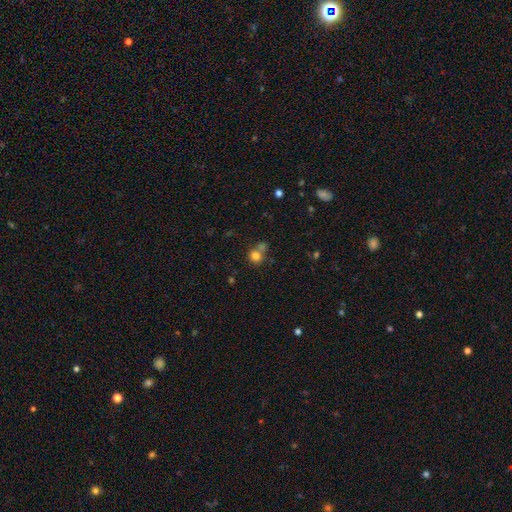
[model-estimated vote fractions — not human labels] smooth_or_featured: smooth (p=0.78) [alt: star or artifact p=0.13]
how_rounded: round (p=0.87) [alt: in between p=0.12]
merging: none (p=0.53) [alt: merger p=0.34]